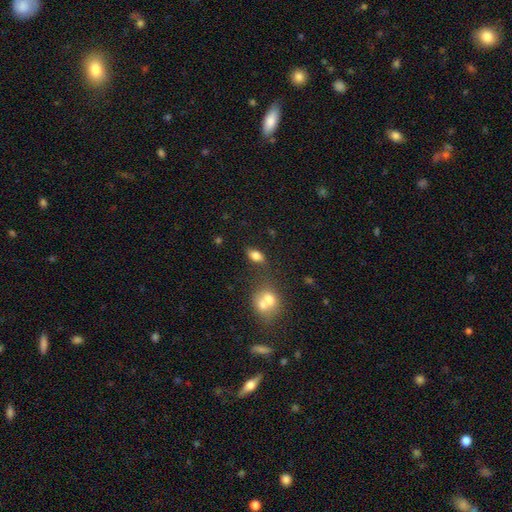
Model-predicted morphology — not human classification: Smooth or featured?
  - smooth: 77% *
  - featured or disk: 13%
  - star or artifact: 10%
How rounded?
  - in between: 85% *
  - round: 10%
  - cigar-shaped: 6%
Merging?
  - none: 66% *
  - minor disturbance: 15%
  - merger: 14%
  - major disturbance: 5%